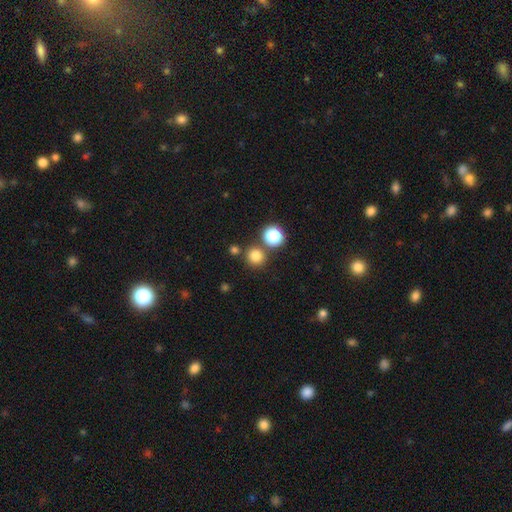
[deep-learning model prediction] Smooth or featured? Predicted: smooth (p=0.78). How rounded? Predicted: round (p=0.93). Merging? Predicted: none (p=0.78).